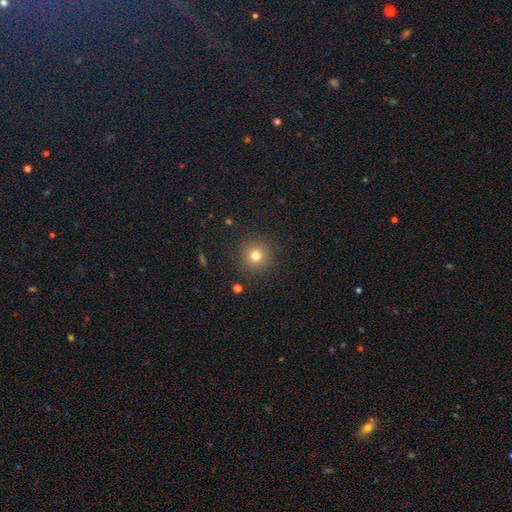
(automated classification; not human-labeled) smooth_or_featured: smooth (p=0.77) [alt: star or artifact p=0.15]
how_rounded: round (p=0.95) [alt: in between p=0.04]
merging: none (p=0.90) [alt: minor disturbance p=0.06]